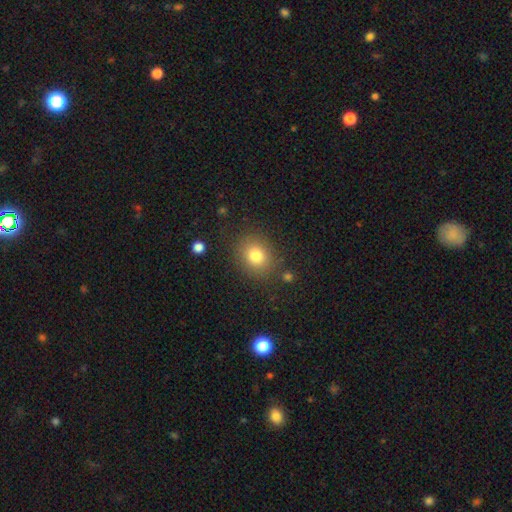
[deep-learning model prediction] Smooth or featured?
  - smooth: 80% *
  - star or artifact: 11%
  - featured or disk: 8%
How rounded?
  - round: 70% *
  - in between: 29%
  - cigar-shaped: 1%
Merging?
  - none: 83% *
  - minor disturbance: 10%
  - major disturbance: 4%
  - merger: 3%